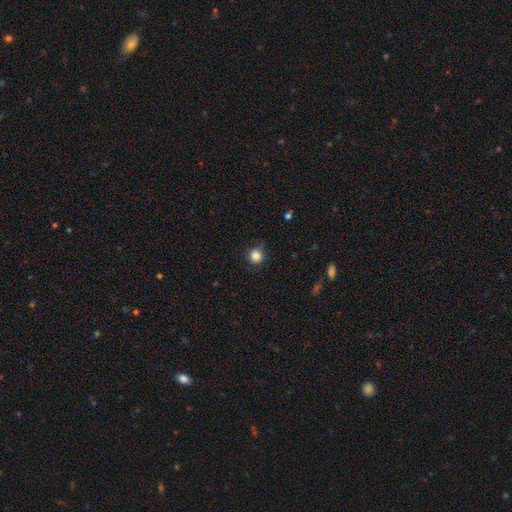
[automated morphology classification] Overall: smooth (85%). How rounded: round (90%). Merging: none (79%).